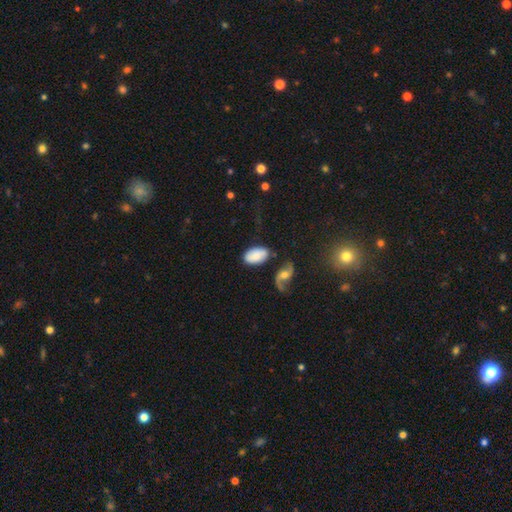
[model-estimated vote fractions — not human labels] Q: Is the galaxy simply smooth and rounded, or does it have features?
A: smooth — 74%.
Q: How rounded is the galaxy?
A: in between — 93%.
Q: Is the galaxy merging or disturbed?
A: none — 63%.